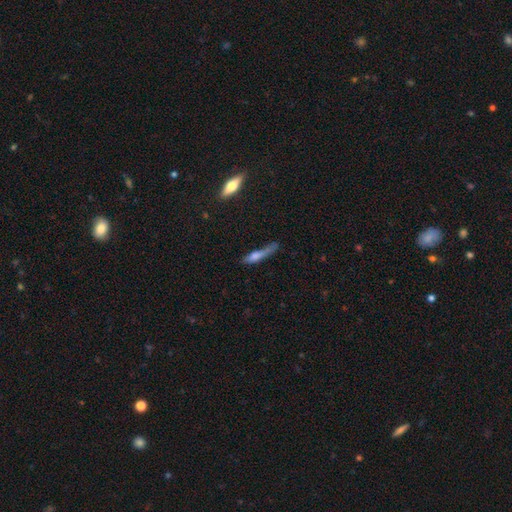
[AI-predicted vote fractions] smooth_or_featured: smooth (p=0.61) [alt: featured or disk p=0.30]
how_rounded: cigar-shaped (p=0.82) [alt: in between p=0.15]
merging: none (p=0.39) [alt: minor disturbance p=0.28]